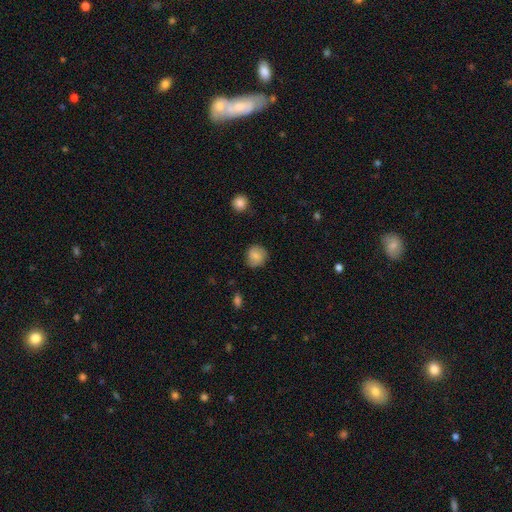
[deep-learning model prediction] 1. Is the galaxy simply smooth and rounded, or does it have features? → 82% smooth, 10% featured or disk, 8% star or artifact.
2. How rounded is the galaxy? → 84% round, 15% in between, 1% cigar-shaped.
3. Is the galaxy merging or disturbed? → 77% none, 18% minor disturbance, 4% major disturbance, 1% merger.